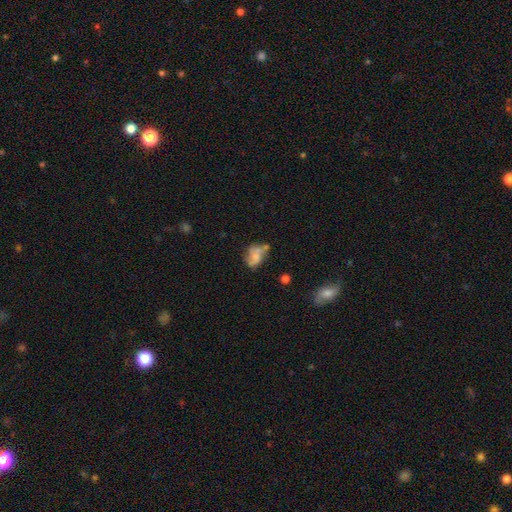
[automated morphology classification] featured or disk 49%, smooth 41%, star or artifact 11%. Down the decision tree: merging — none (40%).